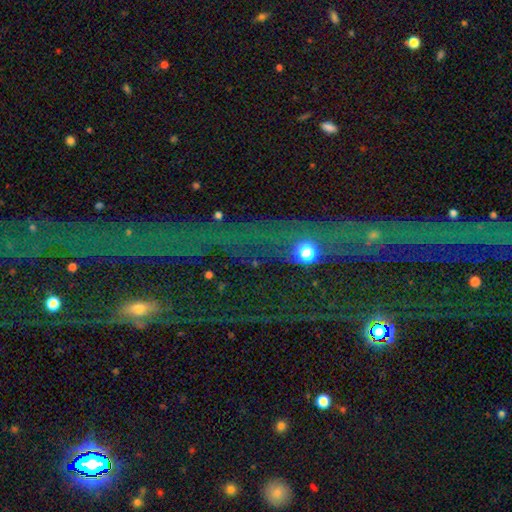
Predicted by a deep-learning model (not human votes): A star or artifact, not a galaxy (77%).